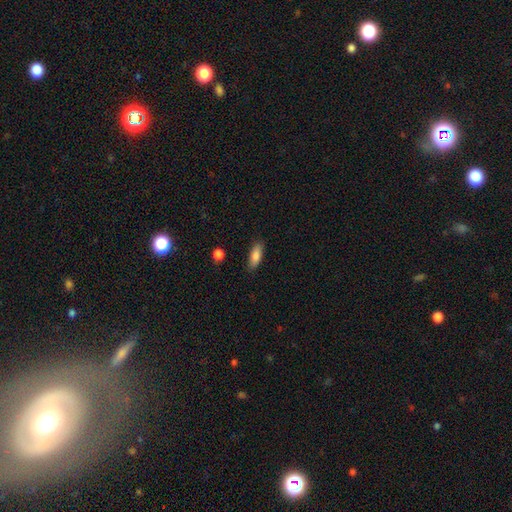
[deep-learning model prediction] smooth-or-featured: smooth: 84% | featured or disk: 9% | star or artifact: 7%
  how-rounded: in between: 69% | cigar-shaped: 29% | round: 2%
  merging: none: 86% | minor disturbance: 11% | major disturbance: 2% | merger: 2%